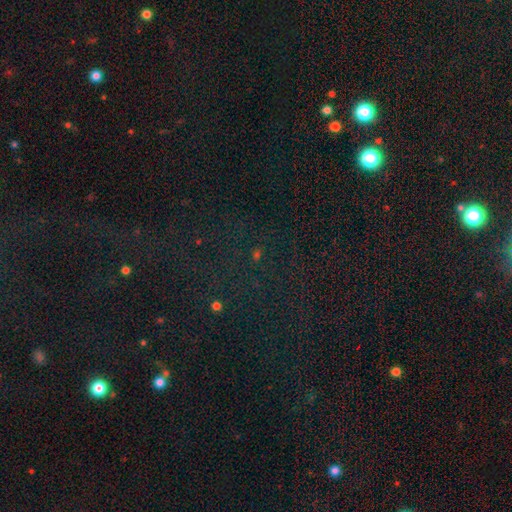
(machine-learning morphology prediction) Smooth or featured: star or artifact — 72% (smooth — 19%)